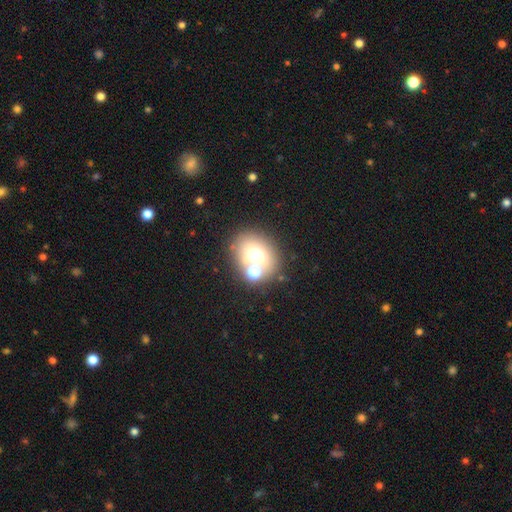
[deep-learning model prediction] This appears to be a smooth galaxy with no disk features (65%) that is round (58%). Merging: none (59%).